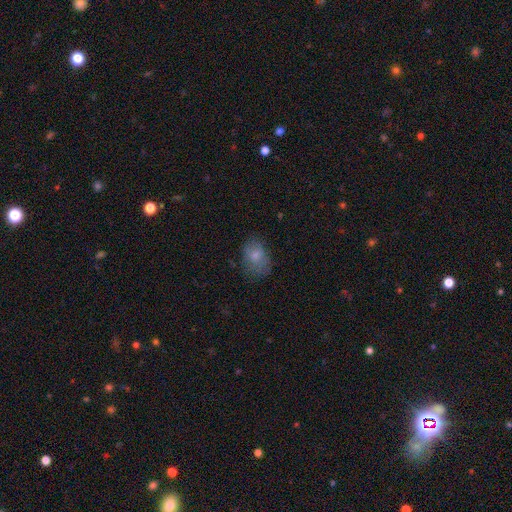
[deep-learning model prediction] Smooth or featured? Predicted: smooth (p=0.76). How rounded? Predicted: in between (p=0.74). Merging? Predicted: none (p=0.64).